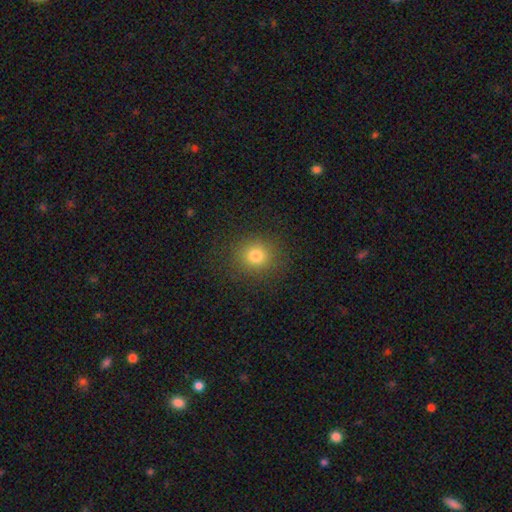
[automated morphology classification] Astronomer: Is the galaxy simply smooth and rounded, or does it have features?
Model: smooth — 79%.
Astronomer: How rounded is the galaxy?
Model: round — 86%.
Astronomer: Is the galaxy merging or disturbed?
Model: none — 88%.